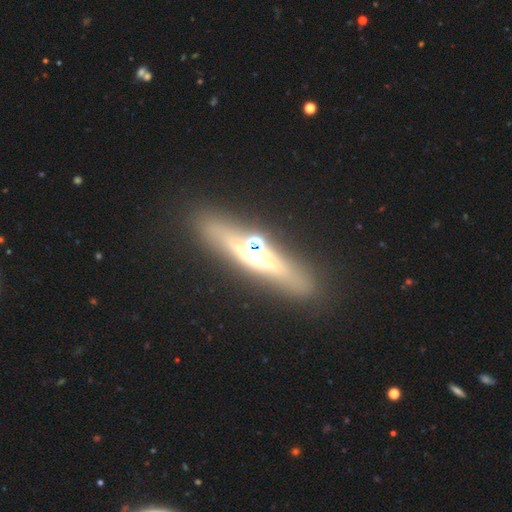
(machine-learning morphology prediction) type=featured or disk (67%); edge-on=yes (89%); edge-on bulge=rounded (90%); merging=none (83%).